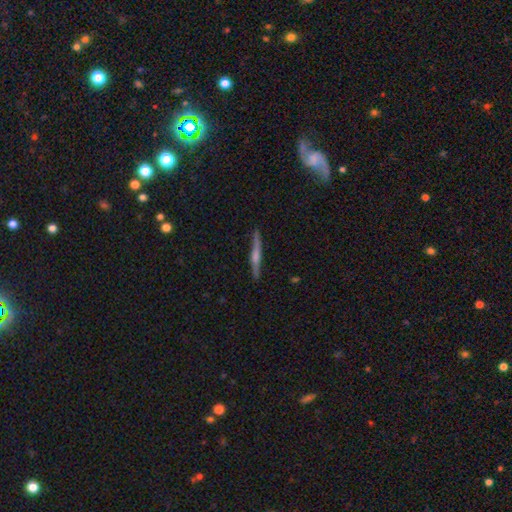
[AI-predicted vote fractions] The model was most divided on "smooth or featured": featured or disk: 66%, smooth: 20%, star or artifact: 14%. More confident: edge-on disk — yes (84%); merging — none (81%); edge-on bulge — rounded (74%).